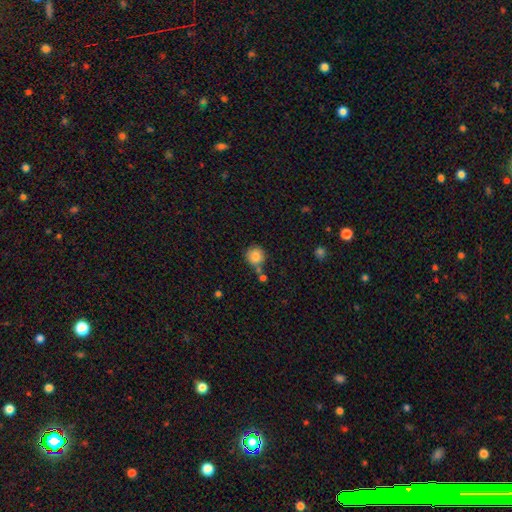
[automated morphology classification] Smooth or featured? Predicted: smooth (p=0.85). How rounded? Predicted: round (p=0.92). Merging? Predicted: none (p=0.70).